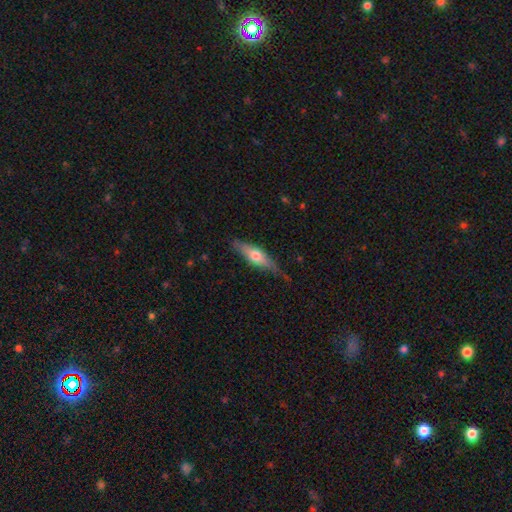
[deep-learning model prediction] Morphology: type=smooth (50%); roundness=cigar-shaped (56%); merging=none (66%).